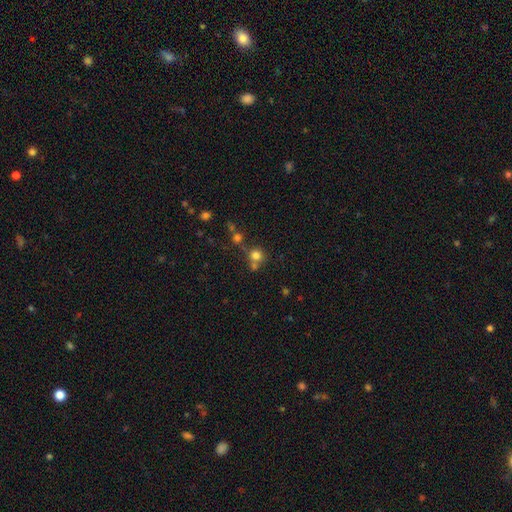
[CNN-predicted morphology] The model was most divided on "merging": none: 57%, merger: 29%, minor disturbance: 9%, major disturbance: 5%. More confident: how rounded — round (89%); smooth or featured — smooth (75%).